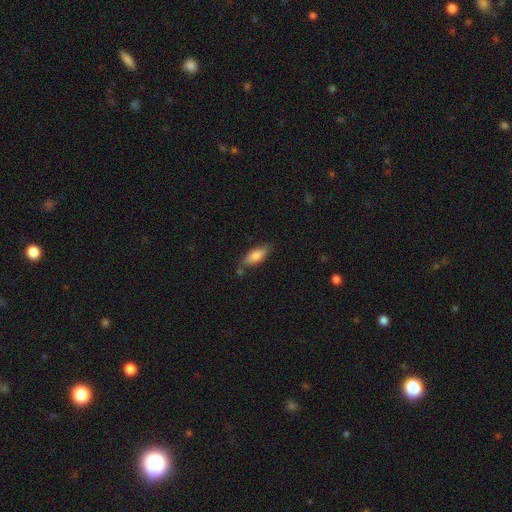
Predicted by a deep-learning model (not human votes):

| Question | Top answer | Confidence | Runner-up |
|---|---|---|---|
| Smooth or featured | smooth | 79% | featured or disk (15%) |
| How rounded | in between | 73% | cigar-shaped (25%) |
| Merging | none | 70% | minor disturbance (19%) |